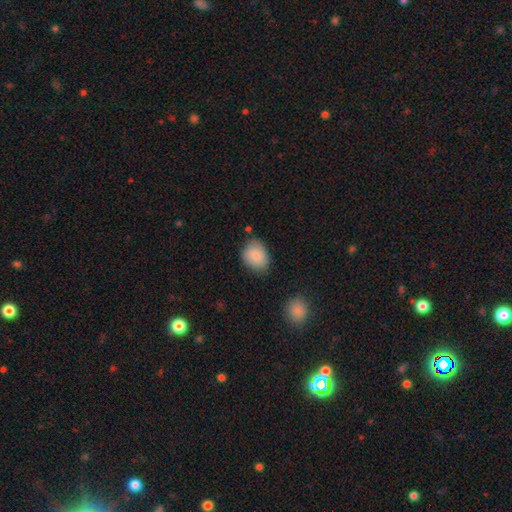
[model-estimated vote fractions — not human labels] This appears to be a smooth galaxy with no disk features (85%) that is in between round and cigar-shaped (64%). Merging: none (70%).